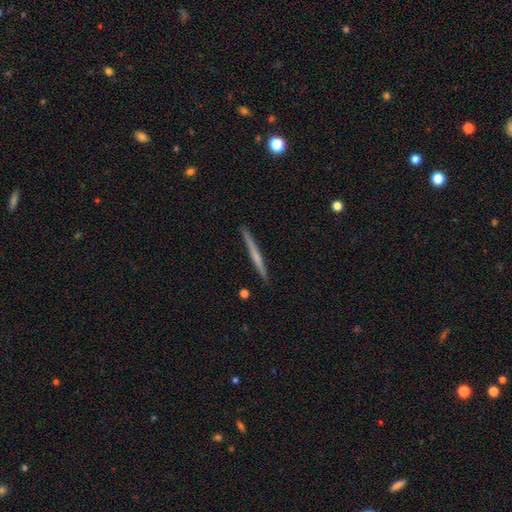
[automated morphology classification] featured or disk 48%, smooth 46%, star or artifact 6%. Down the decision tree: merging — none (91%).